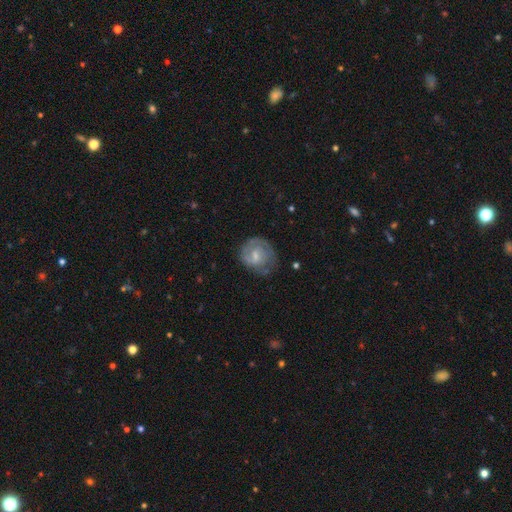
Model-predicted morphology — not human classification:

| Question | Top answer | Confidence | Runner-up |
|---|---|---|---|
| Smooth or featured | featured or disk | 52% | smooth (41%) |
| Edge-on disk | no | 97% | yes (3%) |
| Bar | weak | 55% | no (35%) |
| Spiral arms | yes | 71% | no (29%) |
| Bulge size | small | 44% | moderate (38%) |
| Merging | none | 55% | minor disturbance (27%) |